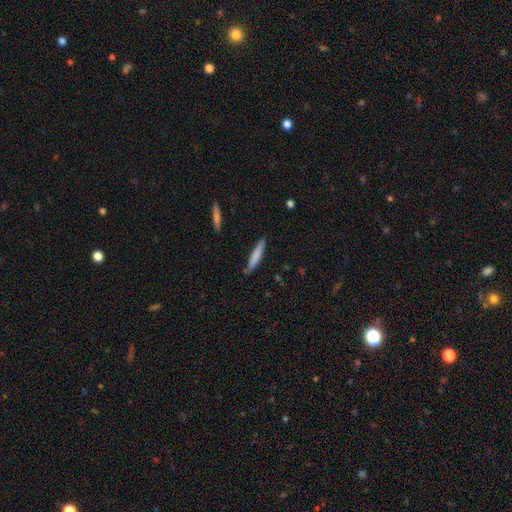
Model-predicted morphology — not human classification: smooth_or_featured: smooth (p=0.76) [alt: featured or disk p=0.19]
how_rounded: cigar-shaped (p=0.92) [alt: in between p=0.07]
merging: none (p=0.82) [alt: minor disturbance p=0.13]